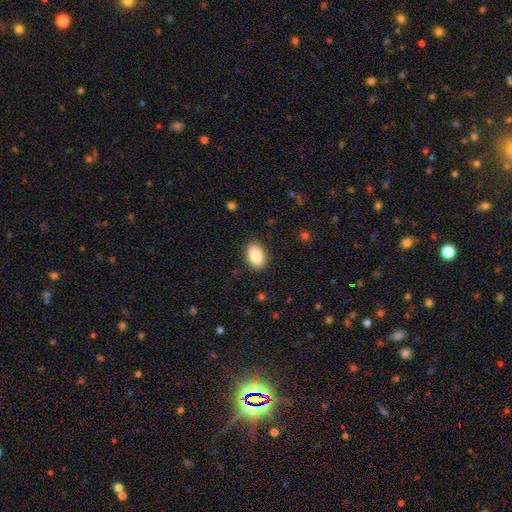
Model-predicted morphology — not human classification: Smooth or featured? Predicted: smooth (p=0.87). How rounded? Predicted: in between (p=0.89). Merging? Predicted: none (p=0.87).